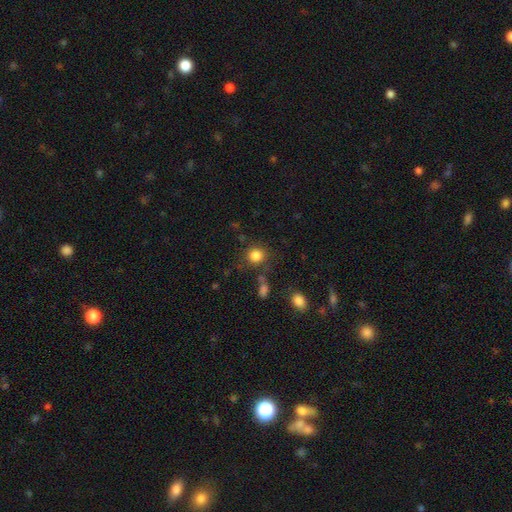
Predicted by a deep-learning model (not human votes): The model was most divided on "merging": none: 79%, minor disturbance: 11%, merger: 6%, major disturbance: 5%. More confident: how rounded — round (87%); smooth or featured — smooth (84%).